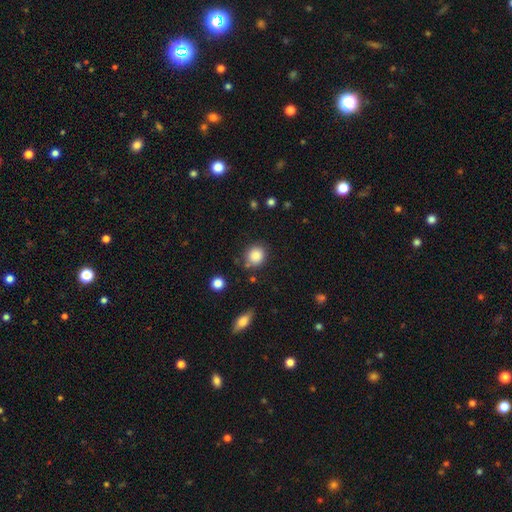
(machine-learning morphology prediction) Overall: smooth (87%). How rounded: round (81%). Merging: none (79%).